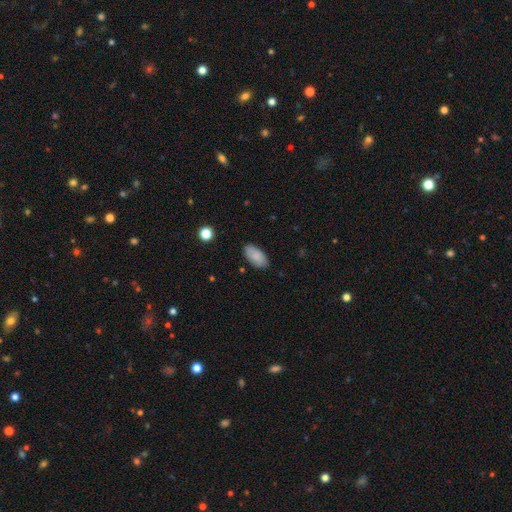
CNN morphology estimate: This is clearly a smooth galaxy (86%). How rounded: clearly in between (94%). Merging: clearly none (84%).